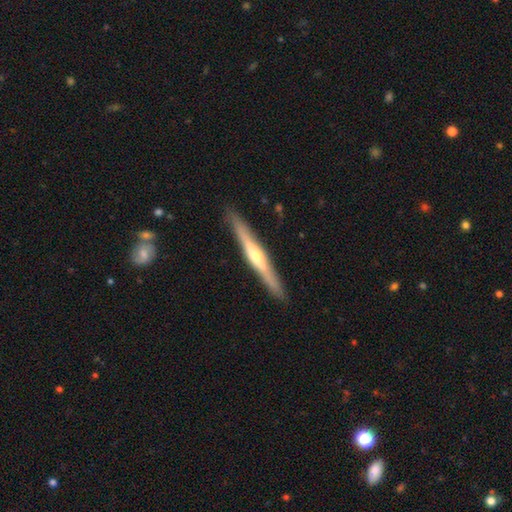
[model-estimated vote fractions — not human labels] Smooth or featured? featured or disk (71%)
Edge-on disk? yes (97%)
Edge-on bulge? rounded (86%)
Merging? none (91%)